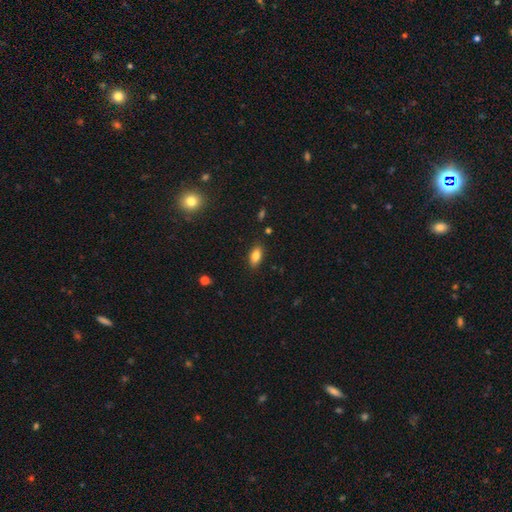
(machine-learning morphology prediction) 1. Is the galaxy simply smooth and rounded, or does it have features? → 83% smooth, 9% featured or disk, 9% star or artifact.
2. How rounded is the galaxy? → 88% in between, 7% cigar-shaped, 5% round.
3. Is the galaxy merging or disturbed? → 86% none, 10% minor disturbance, 2% major disturbance, 1% merger.